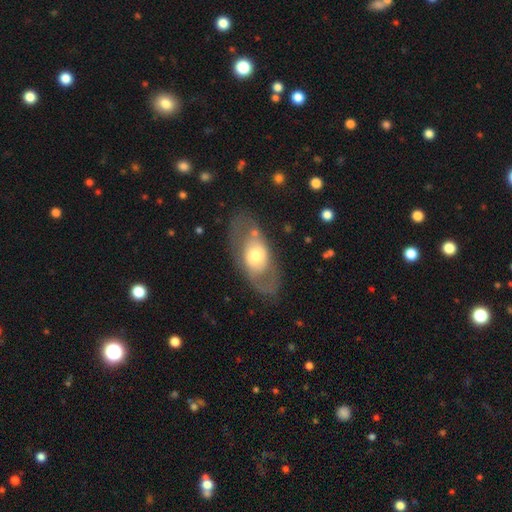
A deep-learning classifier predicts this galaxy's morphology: smooth-or-featured: featured or disk: 58% | smooth: 37% | star or artifact: 6%
  disk-edge-on: no: 87% | yes: 13%
  merging: none: 73% | minor disturbance: 15% | major disturbance: 10% | merger: 2%